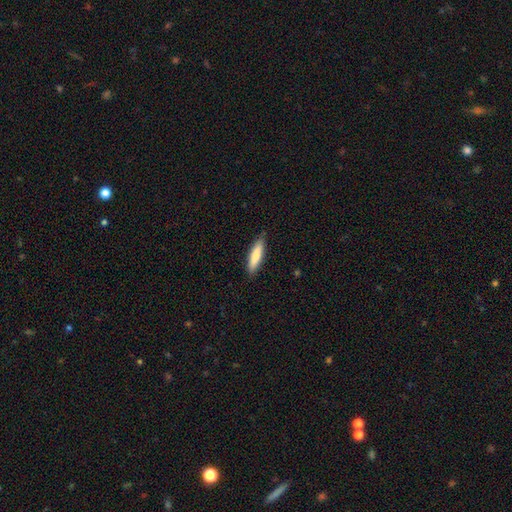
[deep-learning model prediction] Smooth or featured? smooth (80%)
How rounded? cigar-shaped (74%)
Merging? none (86%)